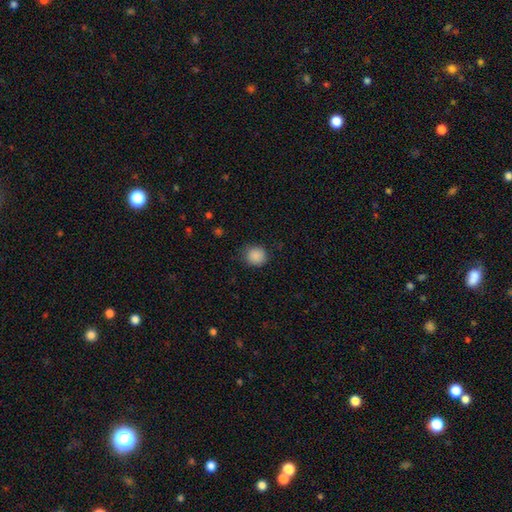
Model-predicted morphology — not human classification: Smooth or featured? Predicted: smooth (p=0.88). How rounded? Predicted: round (p=0.85). Merging? Predicted: none (p=0.83).